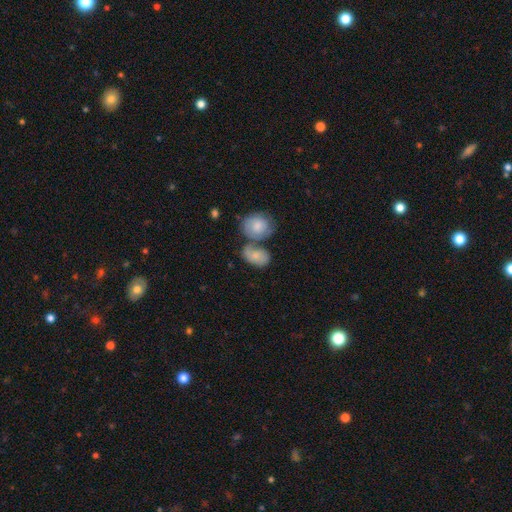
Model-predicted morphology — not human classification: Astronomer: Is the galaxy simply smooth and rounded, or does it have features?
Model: smooth — 67%.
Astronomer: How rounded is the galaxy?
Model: in between — 77%.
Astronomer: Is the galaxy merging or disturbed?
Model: merger — 51% (runner-up: none, 28%).